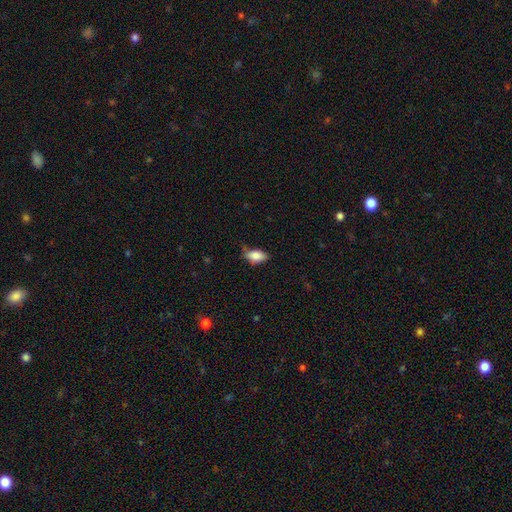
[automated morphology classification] Smooth or featured? Predicted: smooth (p=0.85). How rounded? Predicted: in between (p=0.91). Merging? Predicted: none (p=0.61).